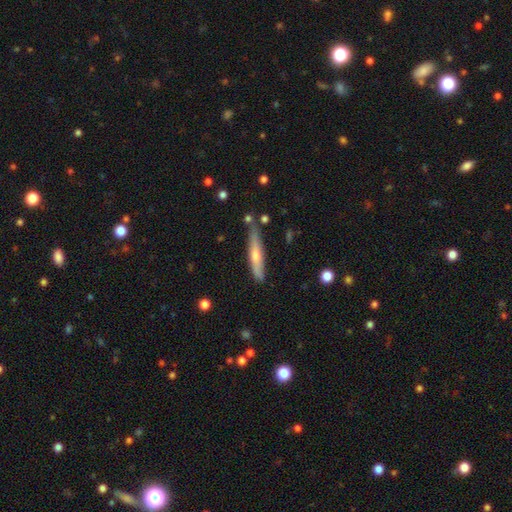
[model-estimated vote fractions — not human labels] Morphology: type=smooth (51%); roundness=cigar-shaped (88%); merging=none (77%).